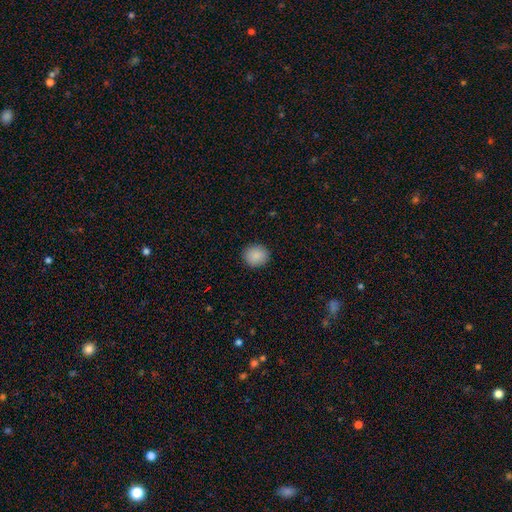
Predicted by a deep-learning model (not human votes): Smooth or featured? Predicted: smooth (p=0.89). How rounded? Predicted: round (p=0.84). Merging? Predicted: none (p=0.91).